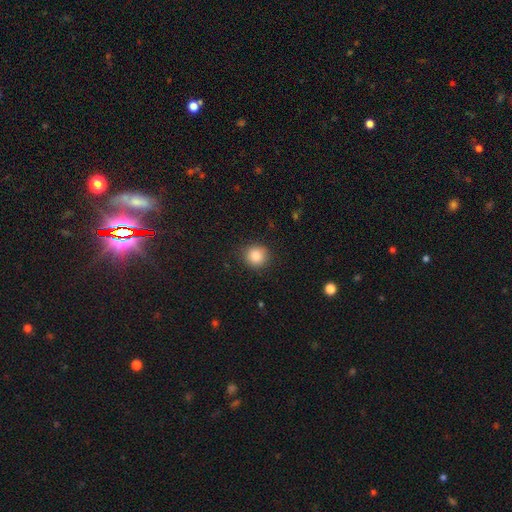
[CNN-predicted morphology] type=smooth (85%); roundness=round (89%); merging=none (87%).